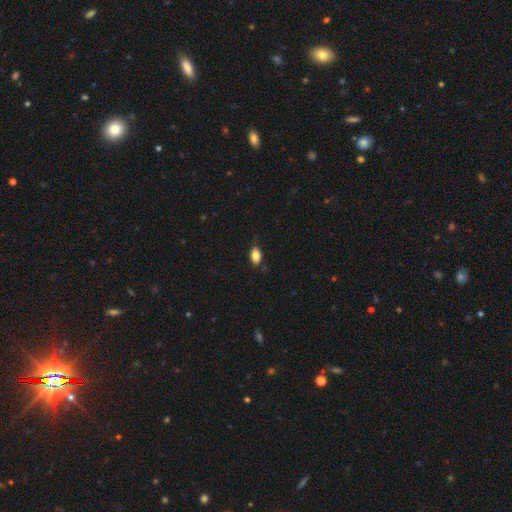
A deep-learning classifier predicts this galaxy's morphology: A smooth galaxy with no disk features (82%) that is in between round and cigar-shaped (87%).

Vote fractions:
- Smooth or featured? smooth: 82% / featured or disk: 9% / star or artifact: 9%
- How rounded? in between: 87% / round: 9% / cigar-shaped: 3%
- Merging? none: 76% / minor disturbance: 19% / major disturbance: 3% / merger: 1%